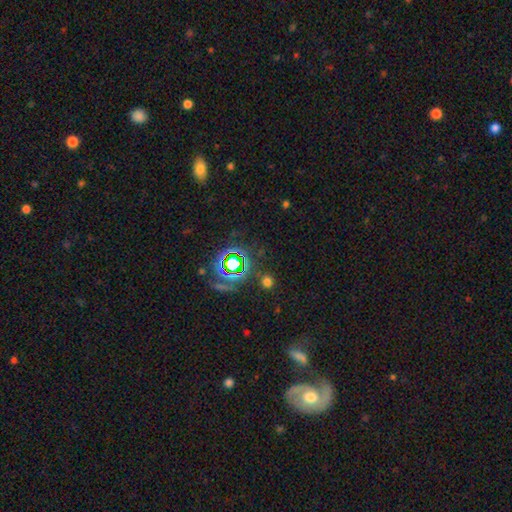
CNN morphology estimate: This appears to be a star or artifact, not a galaxy (38%).